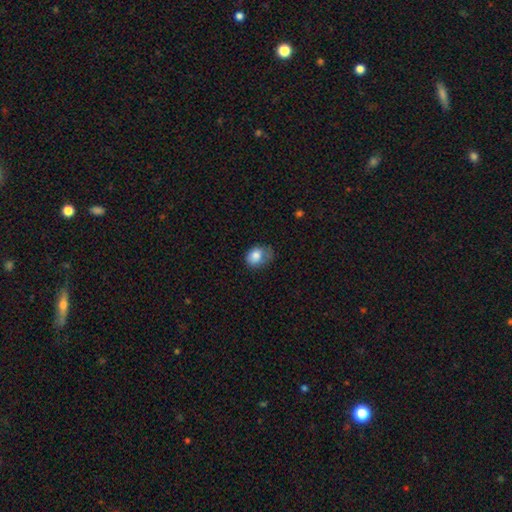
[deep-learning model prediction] A smooth galaxy with no disk features (81%) that is in between round and cigar-shaped (56%). Merging: minor disturbance (39%, tied with none).